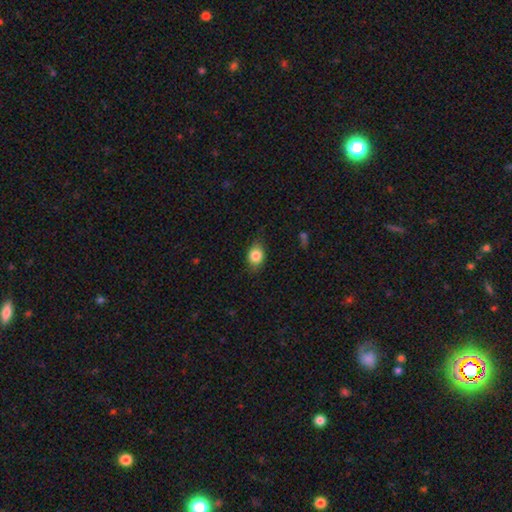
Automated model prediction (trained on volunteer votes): The model was most divided on "how rounded": in between: 68%, round: 31%, cigar-shaped: 2%. More confident: smooth or featured — smooth (83%); merging — none (78%).